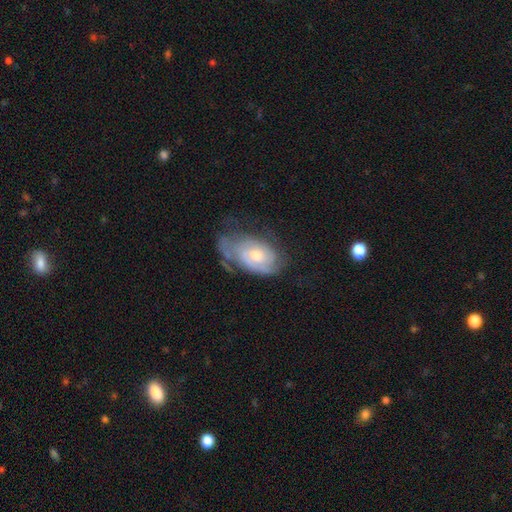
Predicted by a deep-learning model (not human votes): Q: Smooth or featured?
A: featured or disk (72%); runner-up: smooth (22%)
Q: Edge-on disk?
A: no (95%); runner-up: yes (5%)
Q: Bar?
A: no (71%); runner-up: weak (25%)
Q: Spiral arms?
A: yes (86%); runner-up: no (14%)
Q: Spiral winding?
A: tight (59%); runner-up: medium (30%)
Q: Spiral arm count?
A: can't tell (38%); runner-up: 2 (36%)
Q: Bulge size?
A: moderate (64%); runner-up: small (29%)
Q: Merging?
A: none (41%); runner-up: minor disturbance (31%)